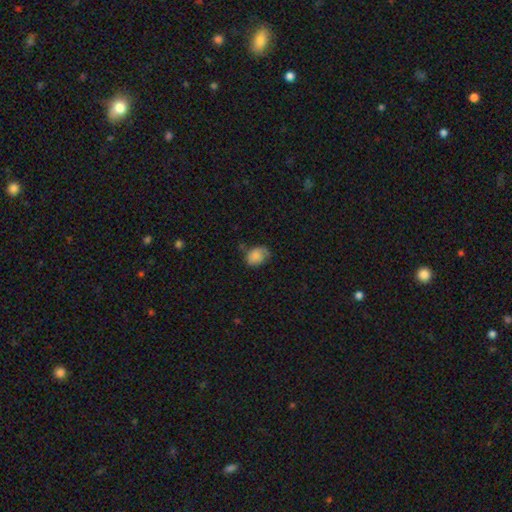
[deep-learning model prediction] Smooth or featured?
  - smooth: 78% *
  - featured or disk: 13%
  - star or artifact: 9%
How rounded?
  - in between: 64% *
  - round: 35%
  - cigar-shaped: 1%
Merging?
  - none: 47% *
  - minor disturbance: 35%
  - major disturbance: 14%
  - merger: 4%